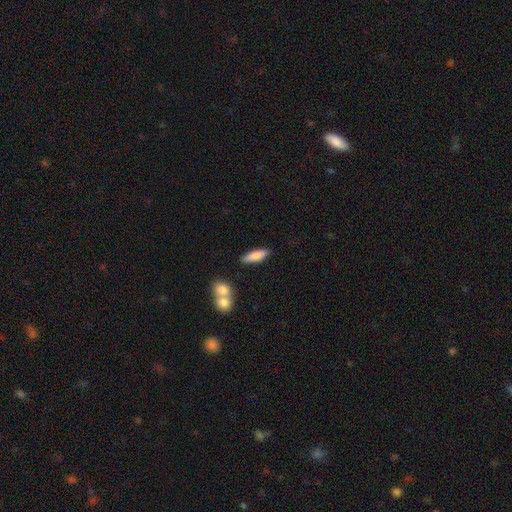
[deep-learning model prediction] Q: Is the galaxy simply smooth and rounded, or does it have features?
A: smooth — 82%.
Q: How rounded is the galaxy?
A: cigar-shaped — 55%.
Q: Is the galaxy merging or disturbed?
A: none — 79%.